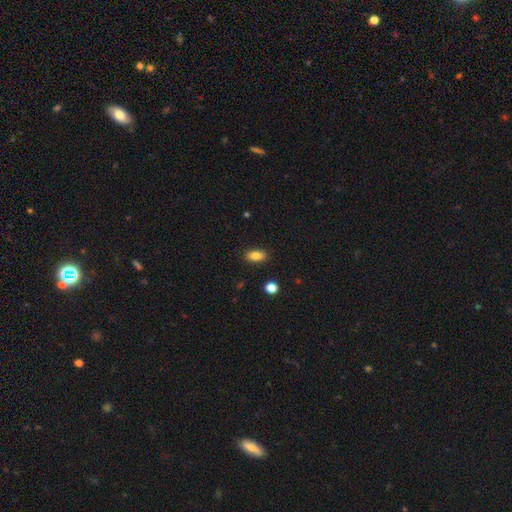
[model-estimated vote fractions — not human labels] Smooth or featured?
  - smooth: 85% *
  - star or artifact: 9%
  - featured or disk: 7%
How rounded?
  - in between: 86% *
  - cigar-shaped: 8%
  - round: 5%
Merging?
  - none: 88% *
  - minor disturbance: 8%
  - major disturbance: 2%
  - merger: 1%